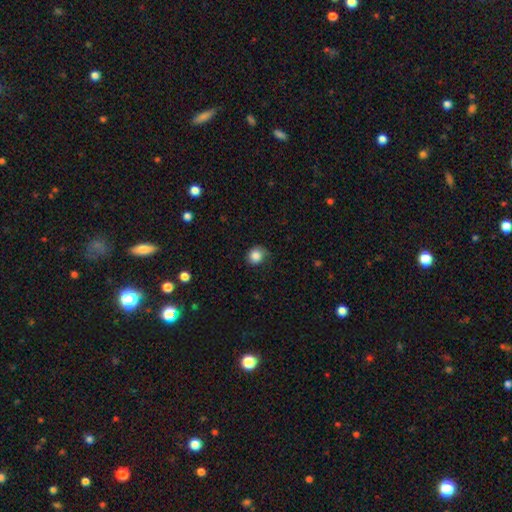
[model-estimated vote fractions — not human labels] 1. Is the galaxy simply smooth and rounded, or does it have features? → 85% smooth, 10% star or artifact, 5% featured or disk.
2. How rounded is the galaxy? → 82% round, 18% in between, 1% cigar-shaped.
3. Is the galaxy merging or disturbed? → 70% none, 23% minor disturbance, 6% major disturbance, 1% merger.